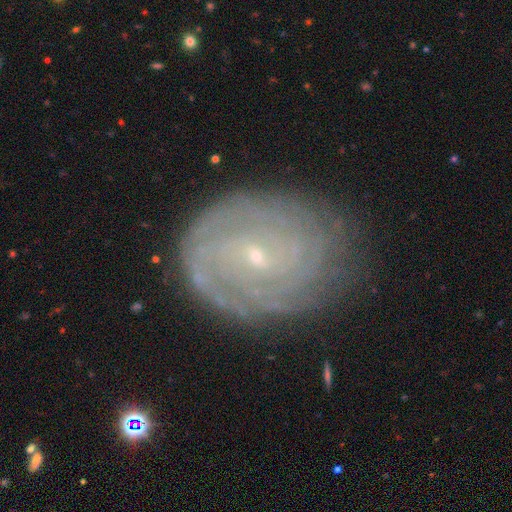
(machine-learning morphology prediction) Smooth or featured: featured or disk — 79% (smooth — 13%)
Edge-on disk: no — 96% (yes — 4%)
Bar: no — 56% (weak — 35%)
Spiral arms: yes — 92% (no — 8%)
Spiral winding: tight — 76% (medium — 19%)
Spiral arm count: can't tell — 42% (2 — 19%)
Bulge size: small — 86% (moderate — 10%)
Merging: none — 76% (minor disturbance — 17%)